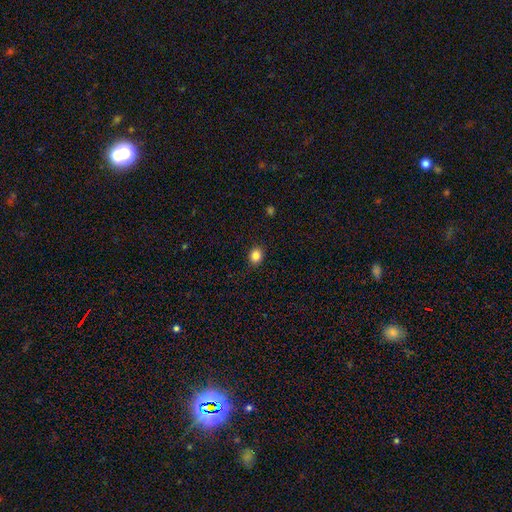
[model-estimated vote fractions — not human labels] The model was most divided on "how rounded": round: 68%, in between: 32%, cigar-shaped: 1%. More confident: merging — none (90%); smooth or featured — smooth (85%).